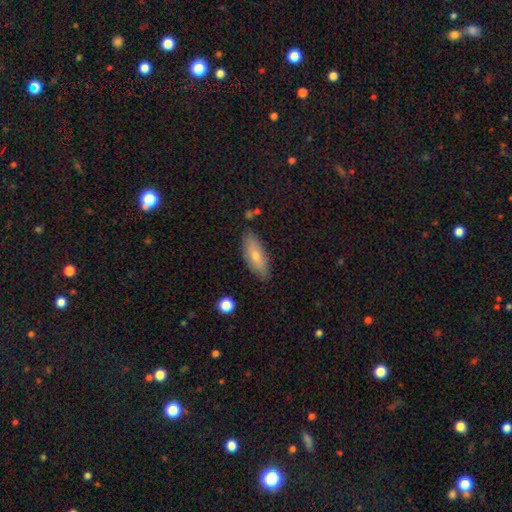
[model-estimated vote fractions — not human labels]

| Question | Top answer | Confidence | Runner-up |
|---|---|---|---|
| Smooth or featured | smooth | 70% | featured or disk (23%) |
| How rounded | in between | 72% | cigar-shaped (26%) |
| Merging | none | 82% | minor disturbance (13%) |